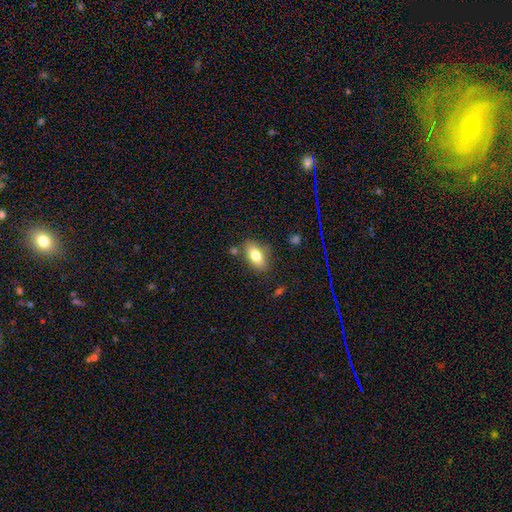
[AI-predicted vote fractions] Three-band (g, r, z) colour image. It shows a smooth galaxy with no disk features (78%) that is in between round and cigar-shaped (88%). Merging: none (78%).